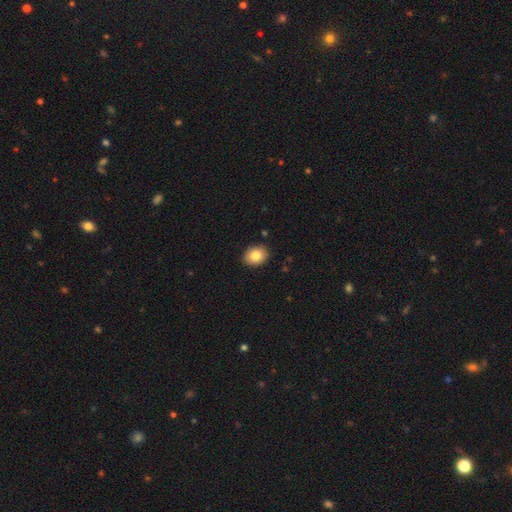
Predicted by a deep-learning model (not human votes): Smooth or featured? smooth (82%)
How rounded? in between (57%)
Merging? none (89%)